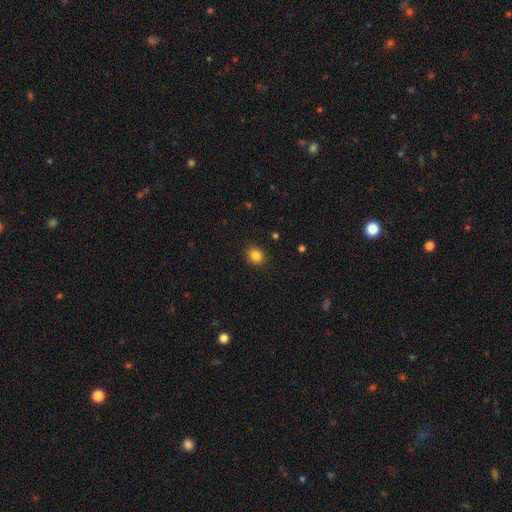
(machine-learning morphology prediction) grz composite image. It shows a smooth galaxy with no disk features (85%) that is round (61%). Merging: none (89%).